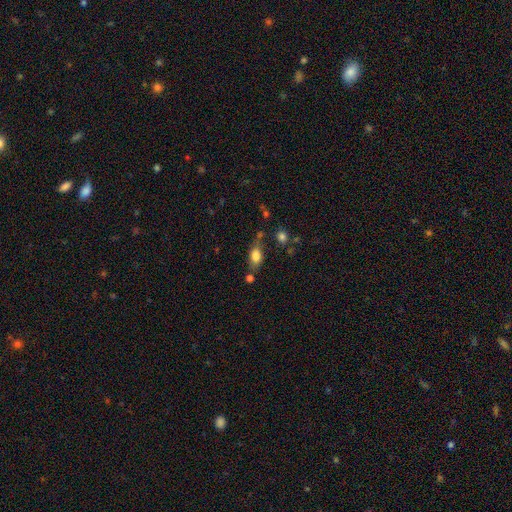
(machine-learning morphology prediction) A smooth galaxy with no disk features (79%) that is in between round and cigar-shaped (82%). Merging: none (60%).